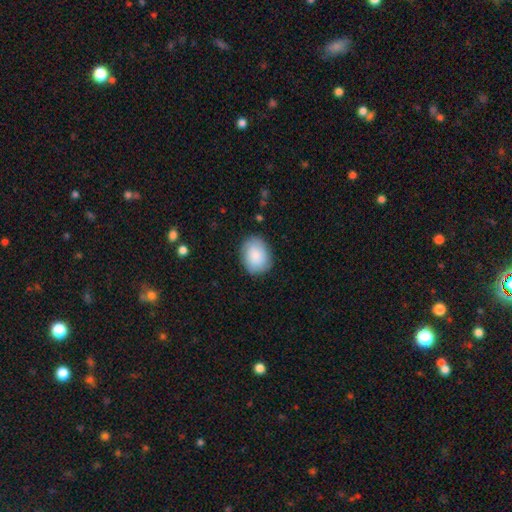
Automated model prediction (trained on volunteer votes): smooth-or-featured: smooth: 82% | featured or disk: 11% | star or artifact: 6%
  how-rounded: in between: 63% | round: 36% | cigar-shaped: 1%
  merging: none: 84% | minor disturbance: 12% | major disturbance: 3% | merger: 1%